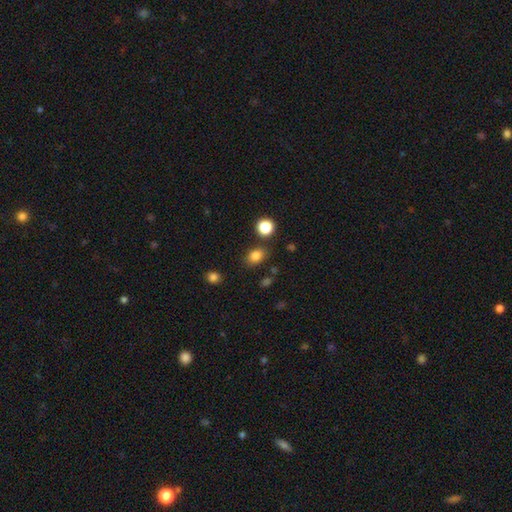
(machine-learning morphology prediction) A smooth galaxy with no disk features (83%) that is in between round and cigar-shaped (61%).

Vote fractions:
- Smooth or featured? smooth: 83% / star or artifact: 12% / featured or disk: 5%
- How rounded? in between: 61% / round: 38% / cigar-shaped: 1%
- Merging? none: 79% / minor disturbance: 12% / merger: 6% / major disturbance: 4%